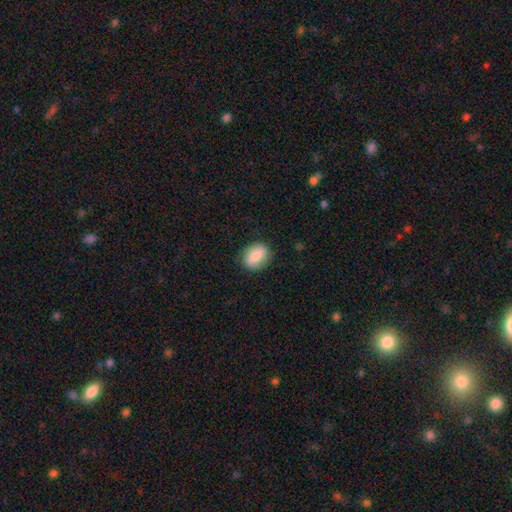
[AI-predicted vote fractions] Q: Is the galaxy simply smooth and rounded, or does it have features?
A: smooth — 81%.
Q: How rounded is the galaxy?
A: in between — 62%.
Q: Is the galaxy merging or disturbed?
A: none — 84%.